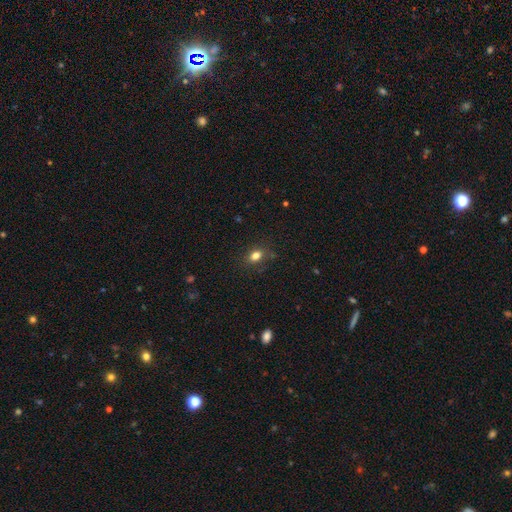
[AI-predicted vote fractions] Morphology: type=smooth (80%); roundness=in between (71%); merging=none (78%).